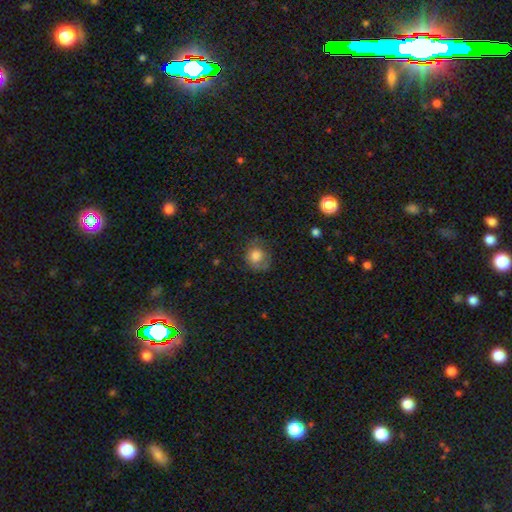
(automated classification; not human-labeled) Q: Smooth or featured?
A: smooth (73%); runner-up: featured or disk (18%)
Q: How rounded?
A: round (76%); runner-up: in between (23%)
Q: Merging?
A: none (57%); runner-up: minor disturbance (26%)